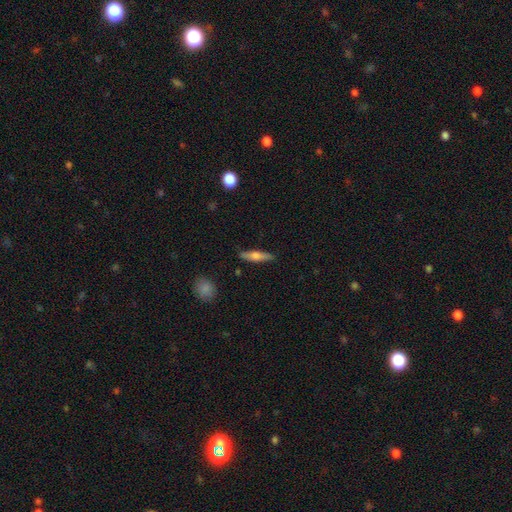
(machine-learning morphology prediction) Smooth or featured?
  - smooth: 58% *
  - featured or disk: 36%
  - star or artifact: 6%
How rounded?
  - cigar-shaped: 77% *
  - in between: 21%
  - round: 2%
Merging?
  - none: 86% *
  - minor disturbance: 10%
  - major disturbance: 2%
  - merger: 2%